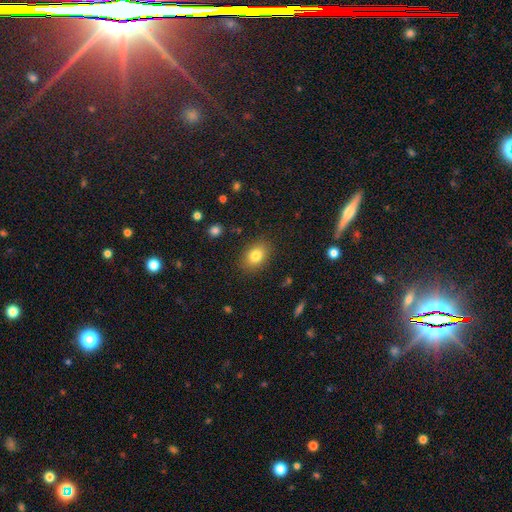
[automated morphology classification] Smooth or featured? smooth (81%)
How rounded? in between (71%)
Merging? none (86%)